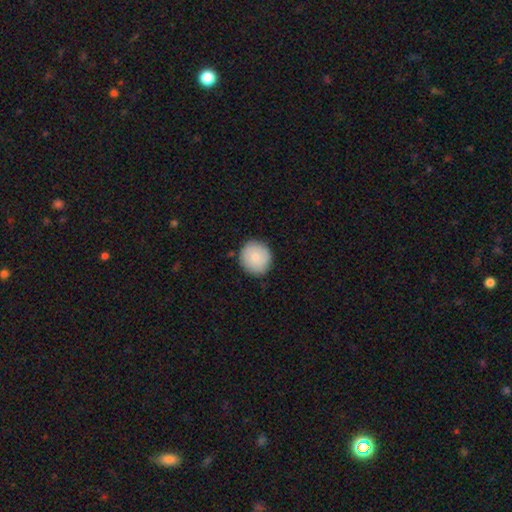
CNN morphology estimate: Smooth or featured? Predicted: smooth (p=0.83). How rounded? Predicted: round (p=0.91). Merging? Predicted: none (p=0.87).